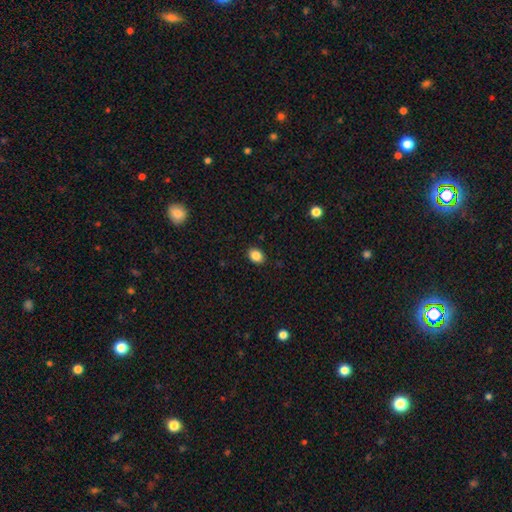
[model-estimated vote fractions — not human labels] Q: Smooth or featured?
A: smooth (86%); runner-up: star or artifact (9%)
Q: How rounded?
A: in between (63%); runner-up: round (36%)
Q: Merging?
A: none (90%); runner-up: minor disturbance (7%)